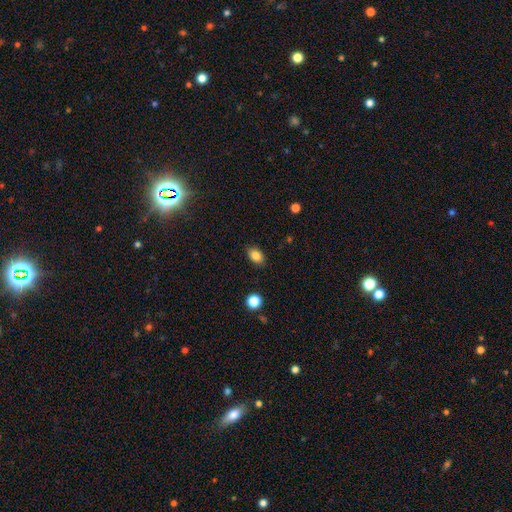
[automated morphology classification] type=smooth (84%); roundness=in between (81%); merging=none (87%).